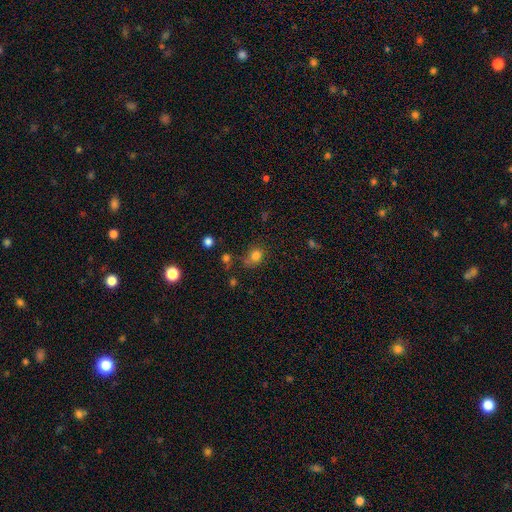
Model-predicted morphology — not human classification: Q: Smooth or featured?
A: smooth (79%); runner-up: star or artifact (14%)
Q: How rounded?
A: round (65%); runner-up: in between (34%)
Q: Merging?
A: none (66%); runner-up: minor disturbance (19%)